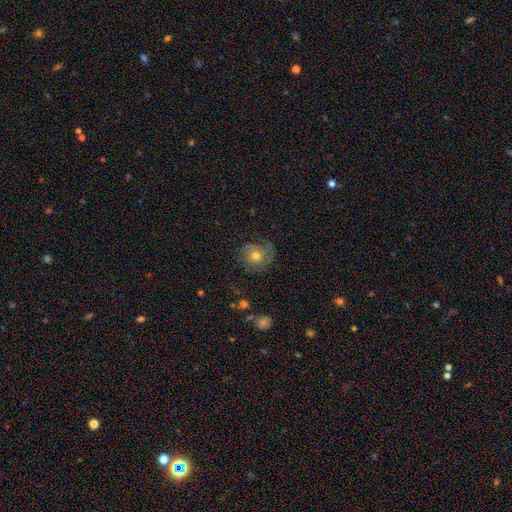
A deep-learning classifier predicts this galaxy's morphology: Smooth or featured?
  - smooth: 47% *
  - featured or disk: 43%
  - star or artifact: 10%
Merging?
  - none: 67% *
  - minor disturbance: 20%
  - major disturbance: 11%
  - merger: 2%